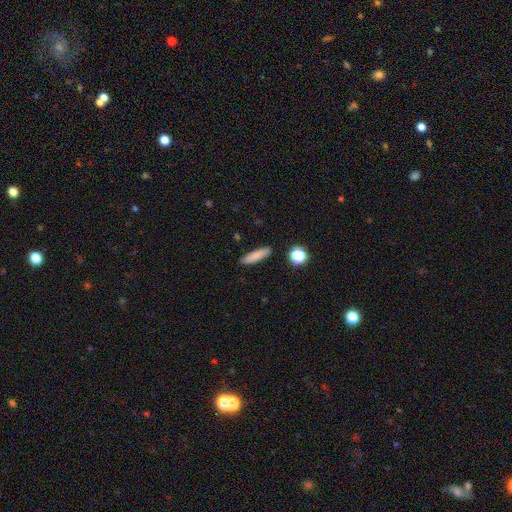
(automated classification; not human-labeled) Smooth or featured: smooth — 82% (featured or disk — 9%)
How rounded: cigar-shaped — 72% (in between — 26%)
Merging: none — 87% (minor disturbance — 9%)